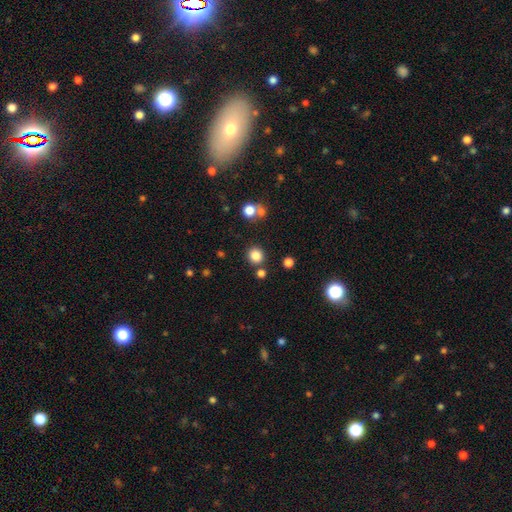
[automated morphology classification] Overall: smooth (83%). How rounded: round (90%). Merging: none (83%).